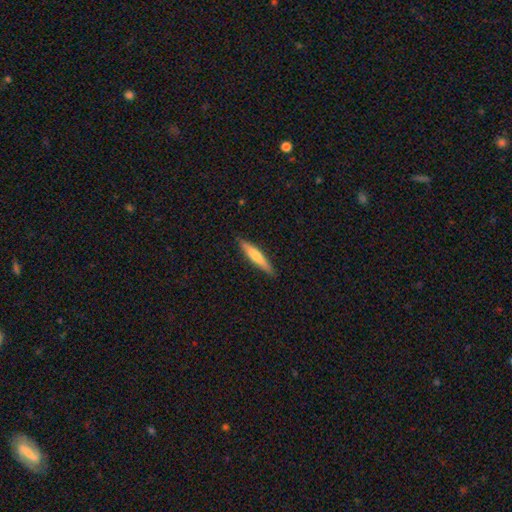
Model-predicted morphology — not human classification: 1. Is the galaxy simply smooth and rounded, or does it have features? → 66% smooth, 29% featured or disk, 5% star or artifact.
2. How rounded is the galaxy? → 90% cigar-shaped, 9% in between, 1% round.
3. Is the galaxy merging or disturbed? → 89% none, 9% minor disturbance, 2% major disturbance, 1% merger.